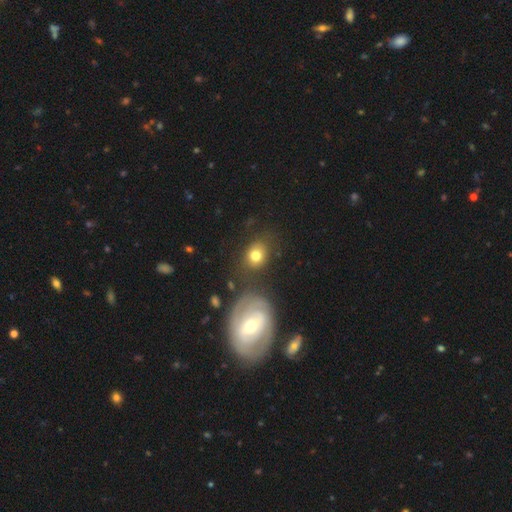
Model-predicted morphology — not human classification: smooth 73%, featured or disk 18%, star or artifact 9%. Down the decision tree: how rounded — round (52%); merging — none (67%).